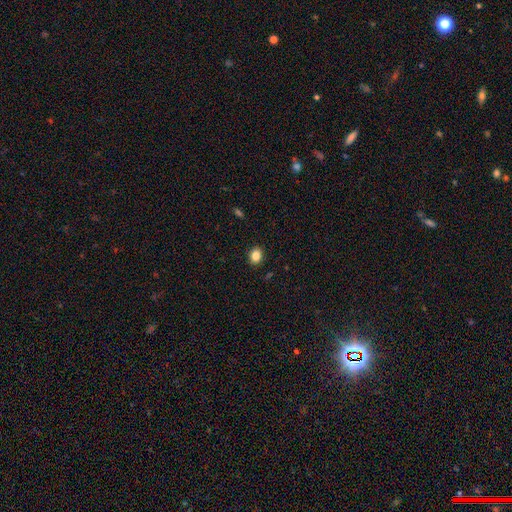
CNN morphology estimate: type=smooth (85%); roundness=in between (52%); merging=none (90%).